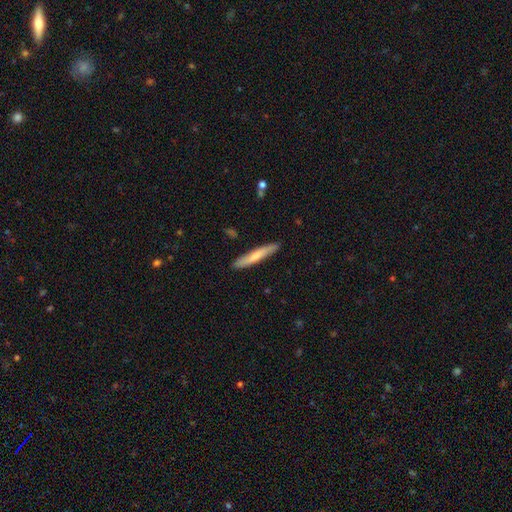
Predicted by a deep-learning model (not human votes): smooth_or_featured: smooth (p=0.68) [alt: featured or disk p=0.27]
how_rounded: cigar-shaped (p=0.93) [alt: in between p=0.06]
merging: none (p=0.89) [alt: minor disturbance p=0.09]